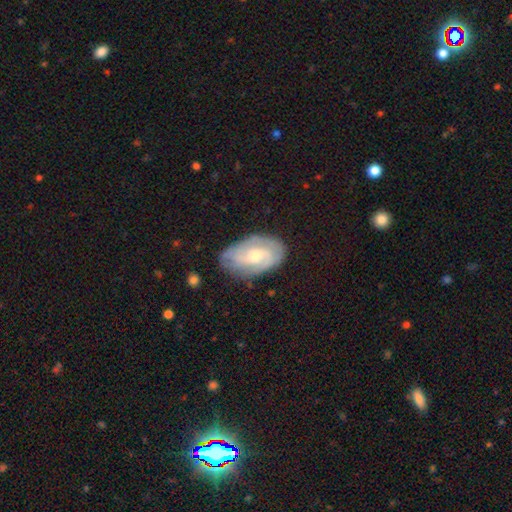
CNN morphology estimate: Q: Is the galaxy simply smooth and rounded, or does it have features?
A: featured or disk — 75%.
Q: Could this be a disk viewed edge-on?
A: no — 96%.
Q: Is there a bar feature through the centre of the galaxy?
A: no — 55%.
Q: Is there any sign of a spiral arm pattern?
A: yes — 93%.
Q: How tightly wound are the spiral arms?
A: tight — 53%.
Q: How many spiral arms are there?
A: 2 — 43%.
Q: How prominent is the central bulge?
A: moderate — 50%.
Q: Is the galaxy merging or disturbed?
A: none — 76%.